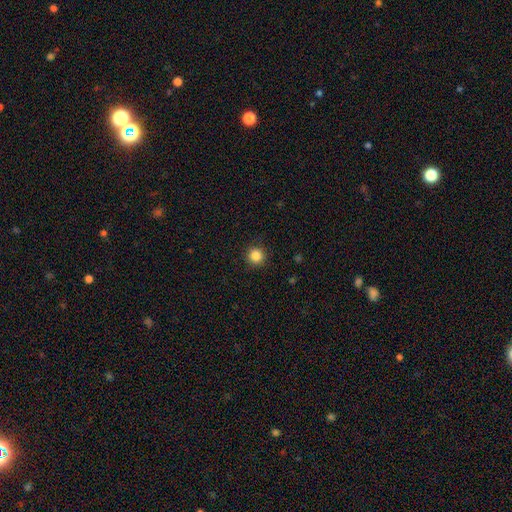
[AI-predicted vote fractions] Overall: smooth (85%). How rounded: round (95%). Merging: none (91%).